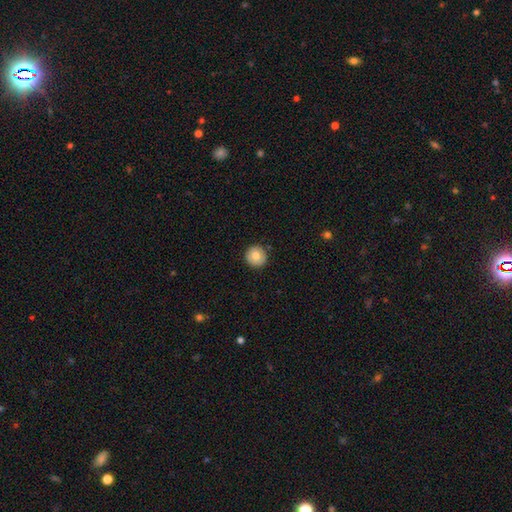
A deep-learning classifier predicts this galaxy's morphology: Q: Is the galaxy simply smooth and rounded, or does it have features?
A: smooth — 77%.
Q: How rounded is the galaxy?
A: round — 95%.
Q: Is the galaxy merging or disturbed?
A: none — 91%.